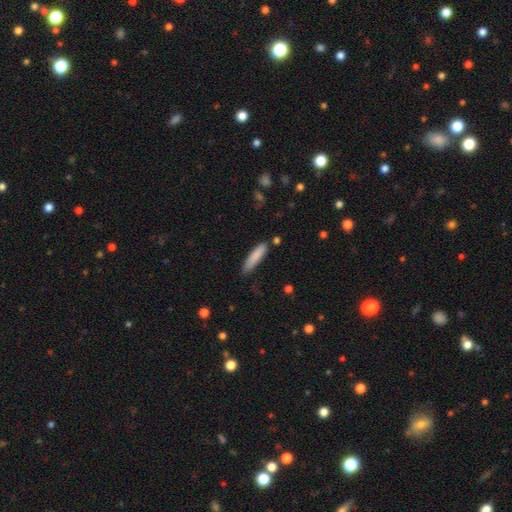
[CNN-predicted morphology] smooth 84%, featured or disk 10%, star or artifact 6%. Down the decision tree: how rounded — cigar-shaped (82%); merging — none (79%).